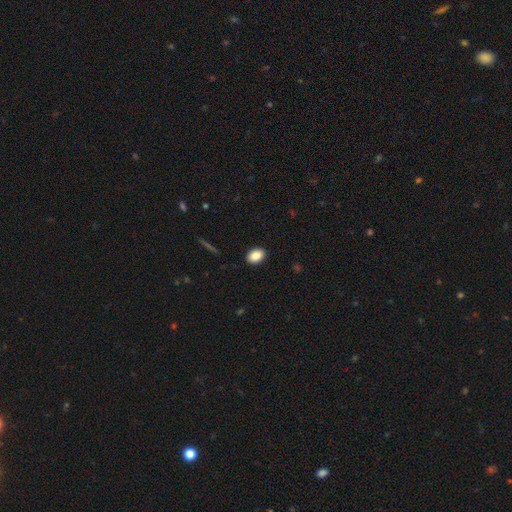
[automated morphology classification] The model was most divided on "how rounded": in between: 81%, round: 18%, cigar-shaped: 1%. More confident: merging — none (90%); smooth or featured — smooth (88%).